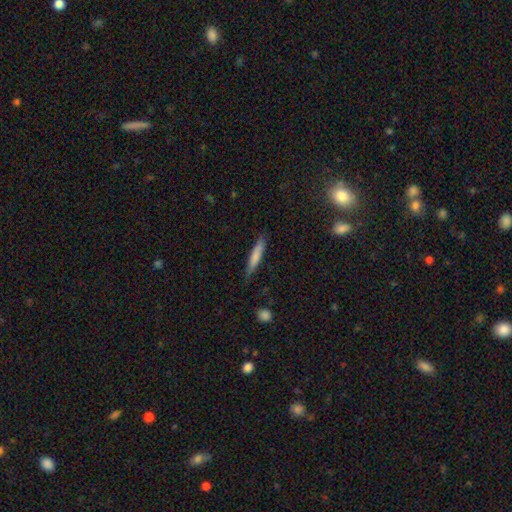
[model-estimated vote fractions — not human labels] smooth 76%, featured or disk 18%, star or artifact 6%. Down the decision tree: how rounded — cigar-shaped (90%); merging — none (80%).